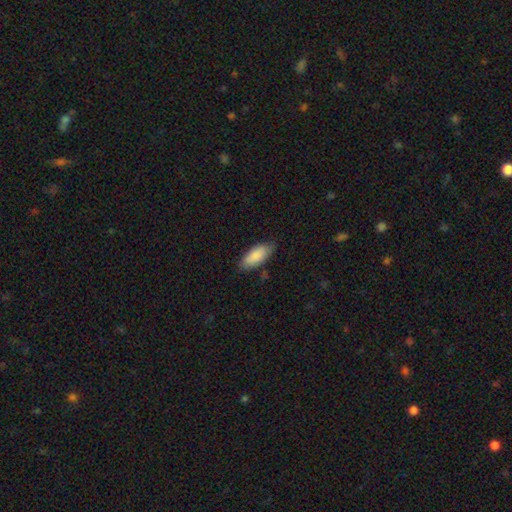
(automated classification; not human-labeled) This is clearly a smooth galaxy (86%). How rounded: clearly in between (85%). Merging: likely none (77%).